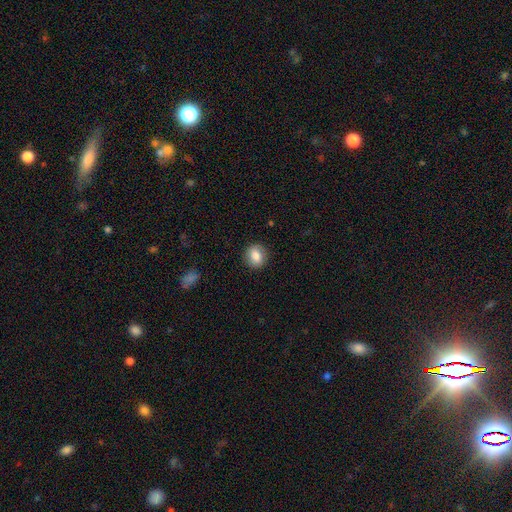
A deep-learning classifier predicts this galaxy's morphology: A smooth galaxy with no disk features (82%) that is round (73%). Merging: none (87%).